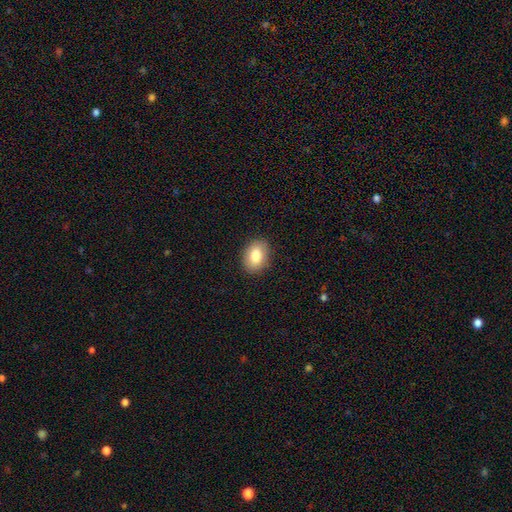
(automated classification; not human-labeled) Overall: smooth (82%). How rounded: in between (76%). Merging: none (88%).